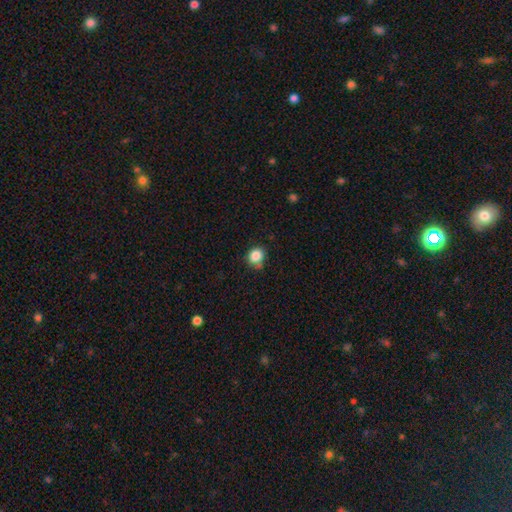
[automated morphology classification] Q: Smooth or featured?
A: smooth (85%); runner-up: star or artifact (10%)
Q: How rounded?
A: round (72%); runner-up: in between (27%)
Q: Merging?
A: none (67%); runner-up: minor disturbance (22%)